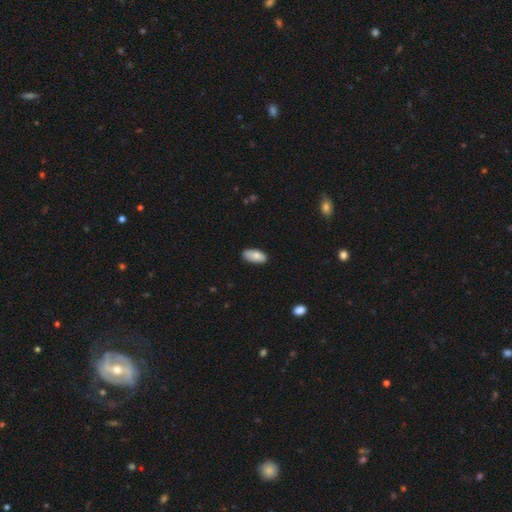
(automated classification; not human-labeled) A smooth galaxy with no disk features (83%) that is in between round and cigar-shaped (92%). Merging: none (83%).